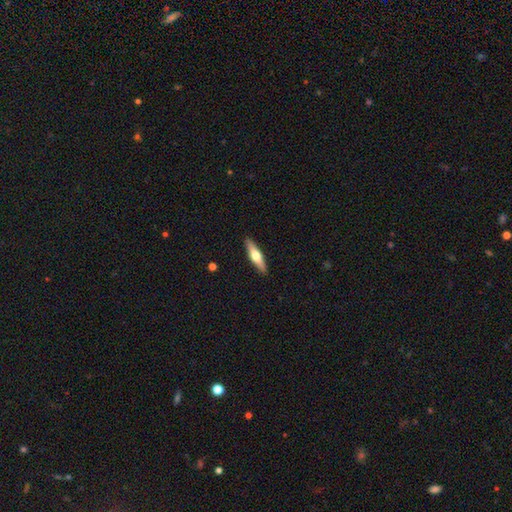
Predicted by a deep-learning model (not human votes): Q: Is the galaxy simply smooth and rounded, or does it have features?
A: smooth — 49%.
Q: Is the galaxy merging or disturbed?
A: none — 90%.